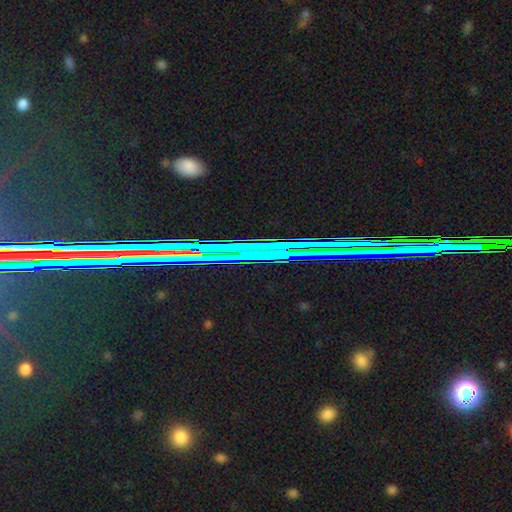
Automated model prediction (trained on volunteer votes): Smooth or featured?
  - star or artifact: 82% *
  - featured or disk: 10%
  - smooth: 8%